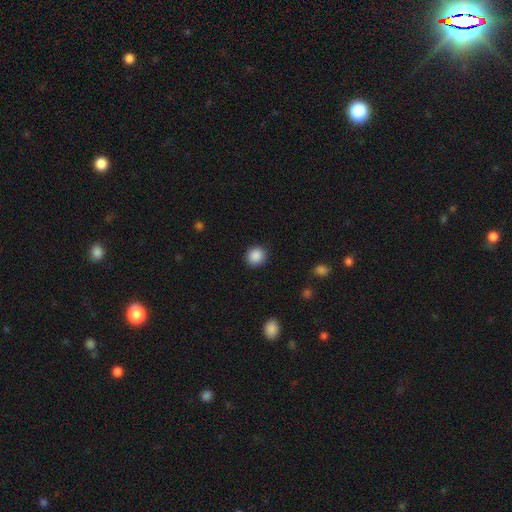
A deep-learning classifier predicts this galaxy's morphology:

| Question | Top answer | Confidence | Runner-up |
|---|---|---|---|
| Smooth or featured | smooth | 88% | star or artifact (9%) |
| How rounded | round | 85% | in between (14%) |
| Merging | none | 90% | minor disturbance (7%) |